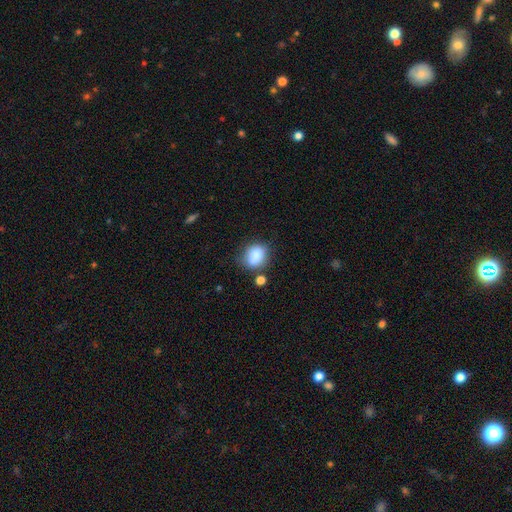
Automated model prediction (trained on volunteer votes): This appears to be a smooth galaxy with no disk features (83%) that is in between round and cigar-shaped (54%). Merging: none (57%).